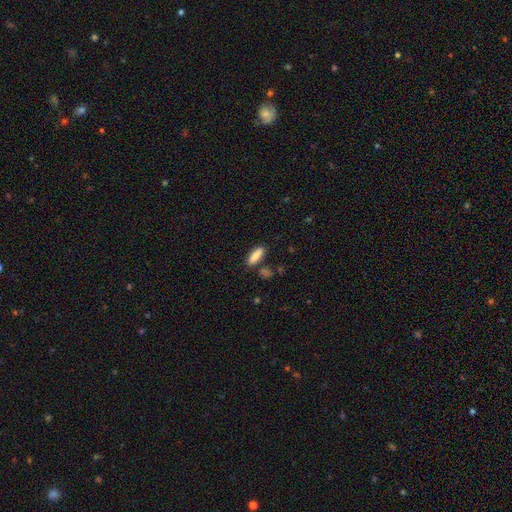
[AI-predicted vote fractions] Q: Smooth or featured?
A: smooth (86%); runner-up: featured or disk (7%)
Q: How rounded?
A: cigar-shaped (52%); runner-up: in between (46%)
Q: Merging?
A: none (82%); runner-up: minor disturbance (11%)